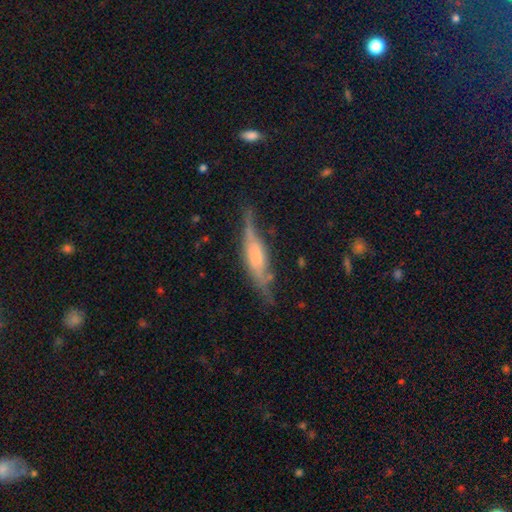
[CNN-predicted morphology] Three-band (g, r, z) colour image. It shows a featured or disk galaxy (62%) viewed edge-on (84%) with a boxy central bulge (47%). Merging: none (62%).